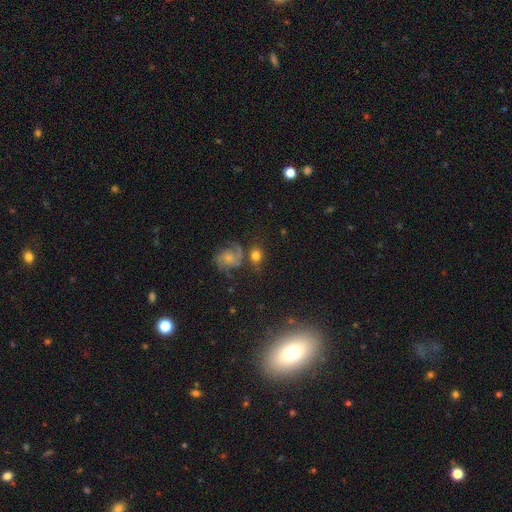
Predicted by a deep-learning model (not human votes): Morphology: type=smooth (63%); roundness=round (68%); merging=none (59%).